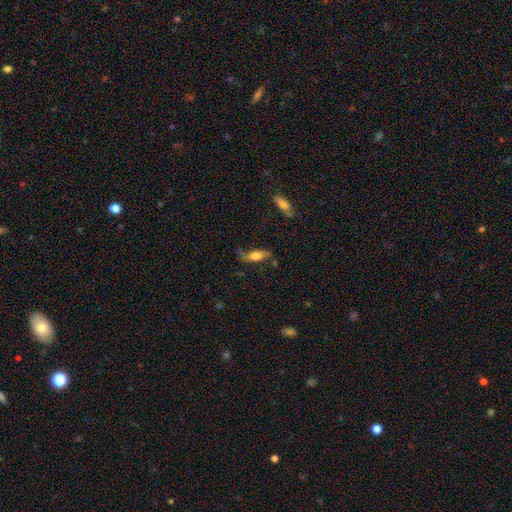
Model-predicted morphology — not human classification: Smooth or featured? smooth (53%)
How rounded? in between (52%)
Merging? none (64%)